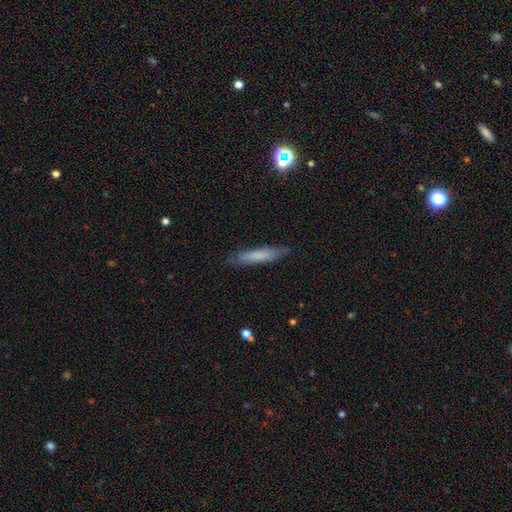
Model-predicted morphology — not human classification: A smooth galaxy with no disk features (69%) that is cigar-shaped (85%). Merging: none (78%).